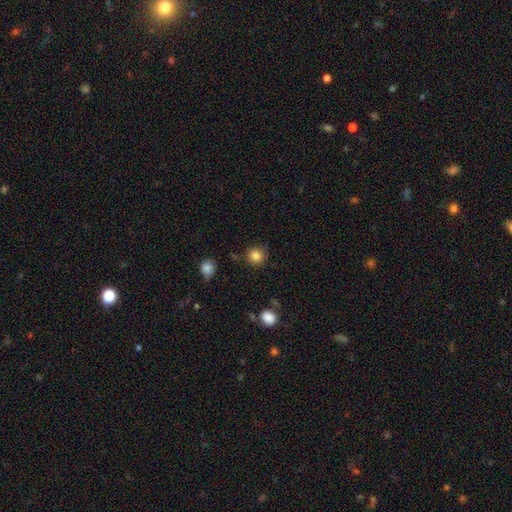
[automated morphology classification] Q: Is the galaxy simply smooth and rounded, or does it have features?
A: smooth — 84%.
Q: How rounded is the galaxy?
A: round — 93%.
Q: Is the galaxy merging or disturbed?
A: none — 86%.